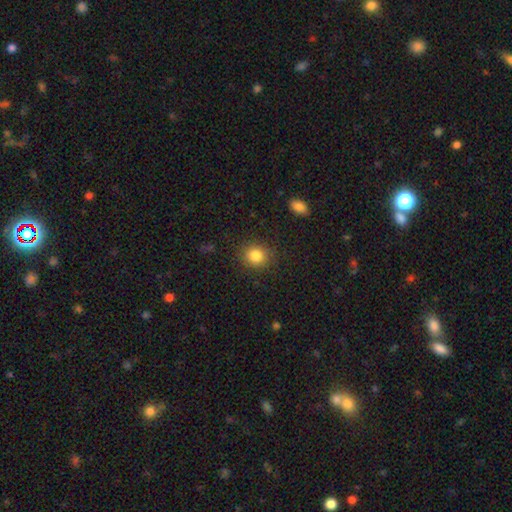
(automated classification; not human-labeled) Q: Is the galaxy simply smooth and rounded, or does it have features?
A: smooth — 84%.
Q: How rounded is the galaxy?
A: round — 81%.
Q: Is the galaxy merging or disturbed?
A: none — 87%.